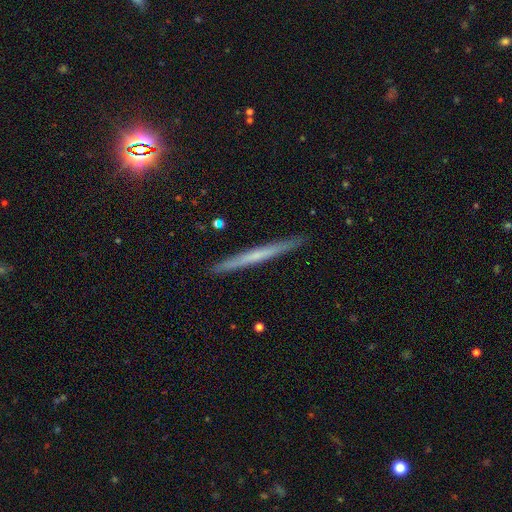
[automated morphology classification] A featured or disk galaxy (49%). Merging: none (92%).